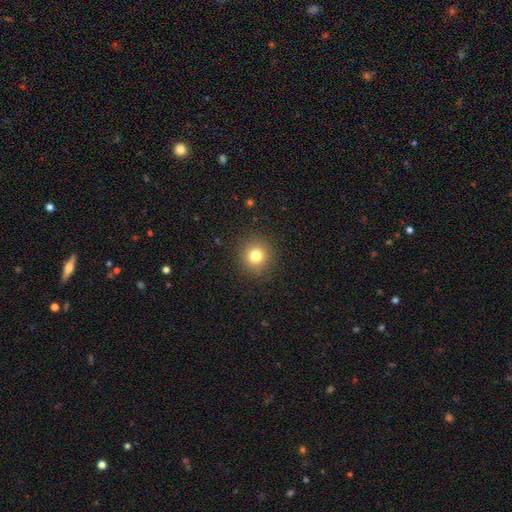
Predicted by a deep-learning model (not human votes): Smooth or featured?
  - smooth: 79% *
  - star or artifact: 13%
  - featured or disk: 8%
How rounded?
  - round: 93% *
  - in between: 6%
  - cigar-shaped: 1%
Merging?
  - none: 90% *
  - minor disturbance: 6%
  - major disturbance: 3%
  - merger: 1%